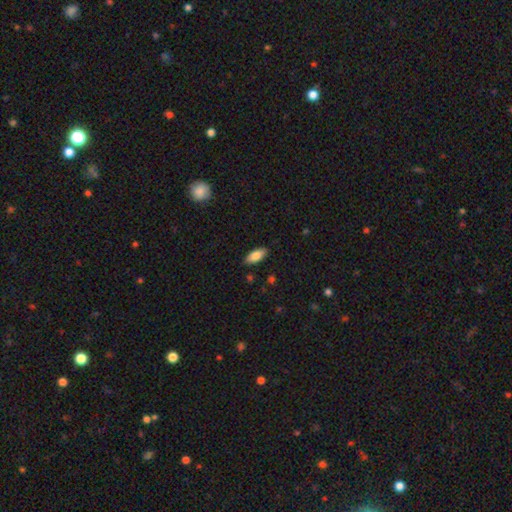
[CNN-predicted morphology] This appears to be a smooth galaxy with no disk features (83%) that is in between round and cigar-shaped (85%). Merging: none (87%).